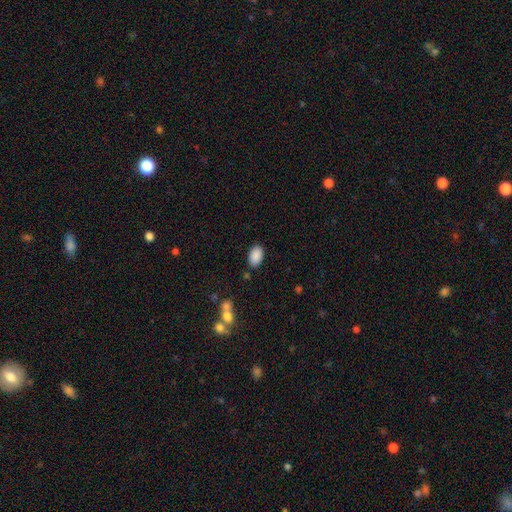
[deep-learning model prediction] smooth_or_featured: smooth (p=0.89) [alt: star or artifact p=0.07]
how_rounded: in between (p=0.92) [alt: round p=0.06]
merging: none (p=0.85) [alt: minor disturbance p=0.10]